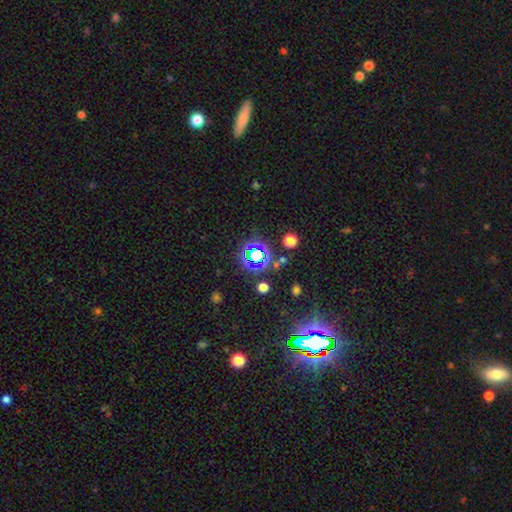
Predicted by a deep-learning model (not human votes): Q: Smooth or featured?
A: star or artifact (68%); runner-up: smooth (22%)